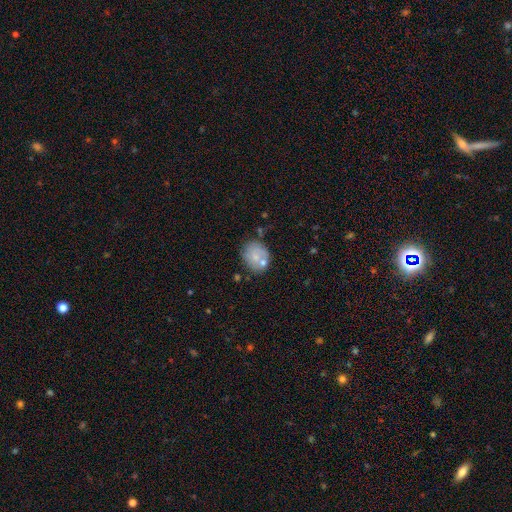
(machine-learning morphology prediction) smooth_or_featured: smooth (p=0.64) [alt: featured or disk p=0.27]
how_rounded: round (p=0.64) [alt: in between p=0.35]
merging: none (p=0.59) [alt: minor disturbance p=0.20]